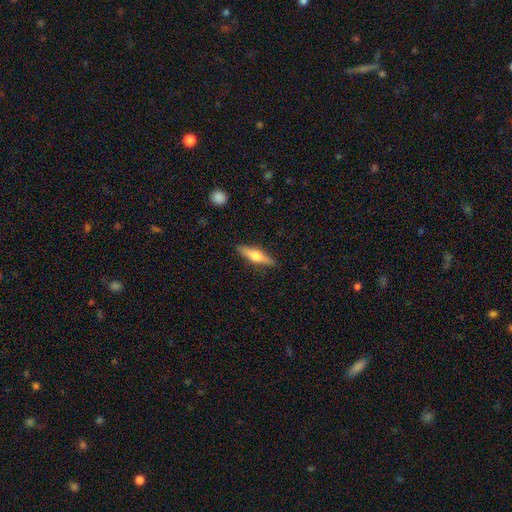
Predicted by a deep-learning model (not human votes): A featured or disk galaxy (52%) viewed edge-on (95%). Merging: none (89%).